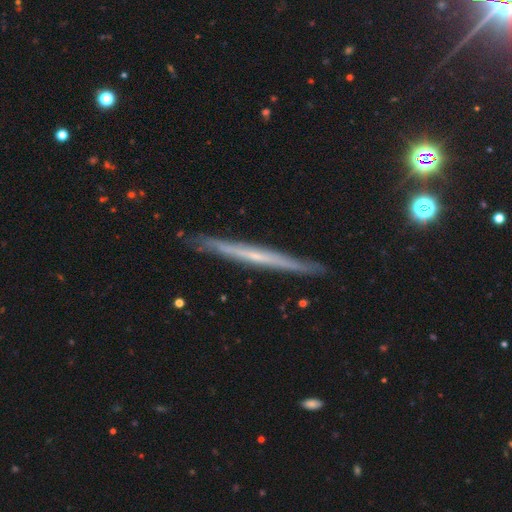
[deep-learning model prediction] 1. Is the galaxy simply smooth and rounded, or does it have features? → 66% featured or disk, 28% smooth, 7% star or artifact.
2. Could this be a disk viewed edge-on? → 96% yes, 4% no.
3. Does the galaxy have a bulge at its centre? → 78% none, 18% rounded, 4% boxy.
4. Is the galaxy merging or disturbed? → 89% none, 8% minor disturbance, 1% major disturbance, 1% merger.